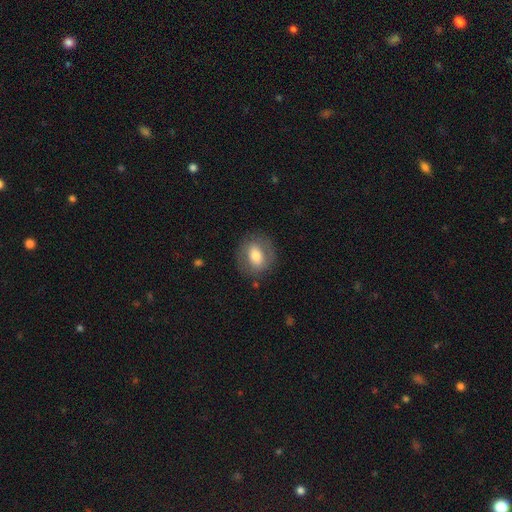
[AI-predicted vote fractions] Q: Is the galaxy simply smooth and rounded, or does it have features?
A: smooth — 62%.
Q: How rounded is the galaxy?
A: round — 50%.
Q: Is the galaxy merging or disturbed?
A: none — 80%.